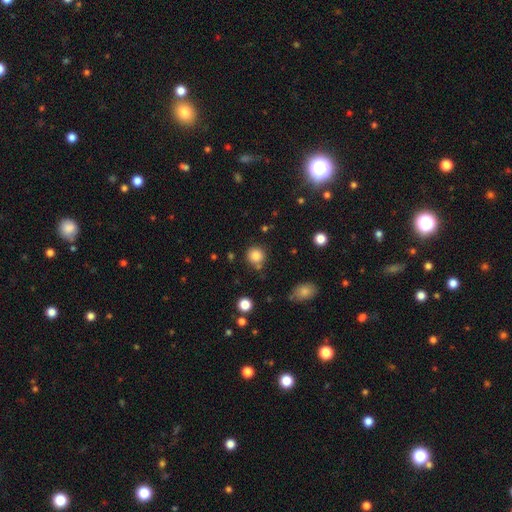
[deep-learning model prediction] A smooth galaxy with no disk features (84%) that is round (91%). Merging: none (78%).